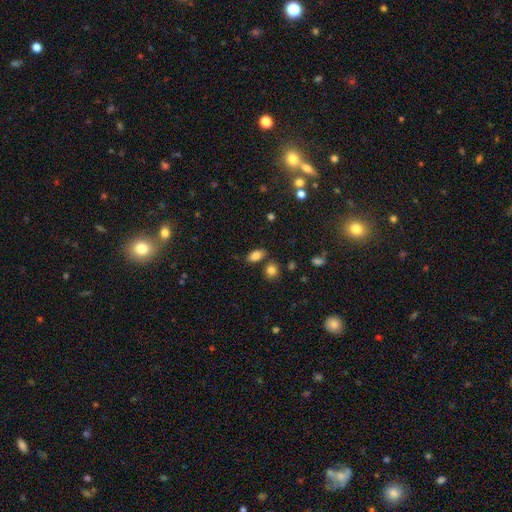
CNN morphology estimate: type=smooth (83%); roundness=in between (89%); merging=none (77%).